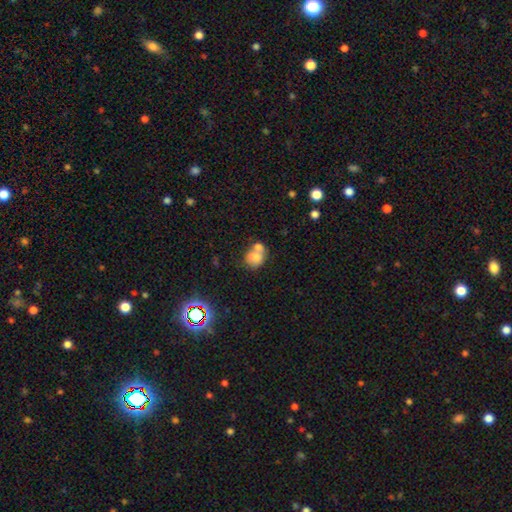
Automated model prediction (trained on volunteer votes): smooth_or_featured: smooth (p=0.73) [alt: featured or disk p=0.17]
how_rounded: round (p=0.60) [alt: in between p=0.39]
merging: merger (p=0.54) [alt: none p=0.31]